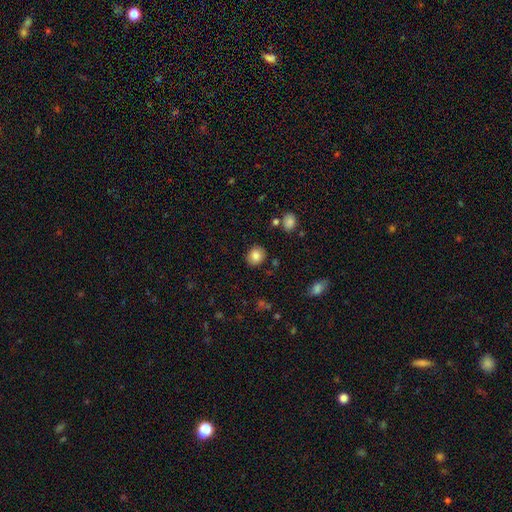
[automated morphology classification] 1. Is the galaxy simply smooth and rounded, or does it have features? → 84% smooth, 9% star or artifact, 7% featured or disk.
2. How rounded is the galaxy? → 79% round, 20% in between, 1% cigar-shaped.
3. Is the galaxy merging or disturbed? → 87% none, 8% minor disturbance, 2% major disturbance, 2% merger.